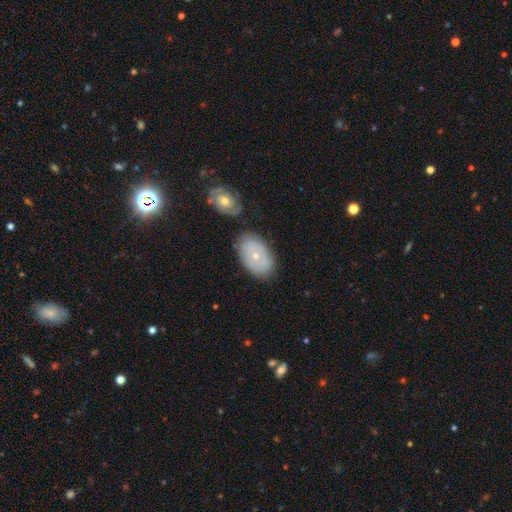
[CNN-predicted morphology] smooth_or_featured: featured or disk (p=0.53) [alt: smooth p=0.40]
disk_edge_on: no (p=0.93) [alt: yes p=0.07]
merging: none (p=0.71) [alt: minor disturbance p=0.17]